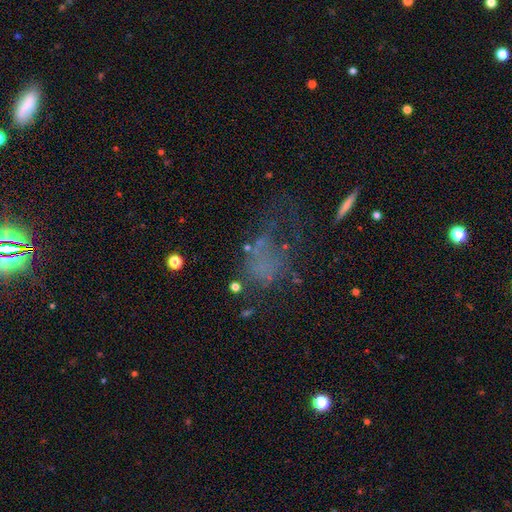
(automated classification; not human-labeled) Smooth or featured? featured or disk (40%)
Merging? major disturbance (42%)